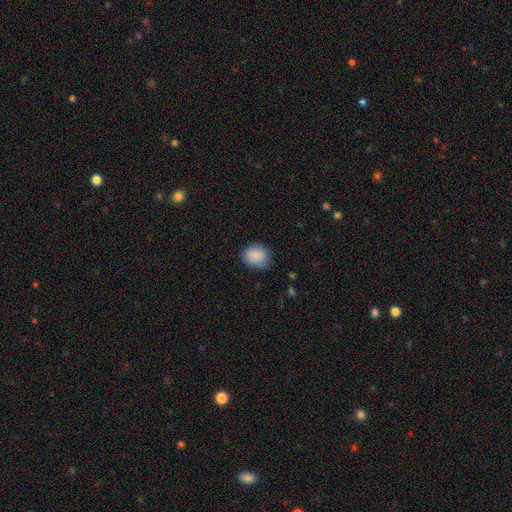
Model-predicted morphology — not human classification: Smooth or featured: smooth — 88% (star or artifact — 8%)
How rounded: round — 65% (in between — 34%)
Merging: none — 77% (minor disturbance — 18%)